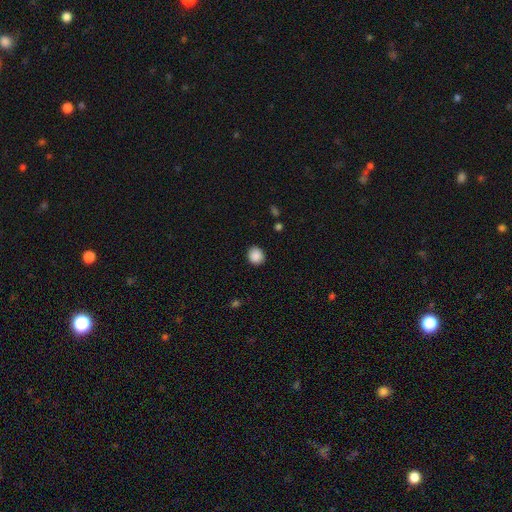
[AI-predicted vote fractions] Q: Smooth or featured?
A: smooth (89%); runner-up: star or artifact (8%)
Q: How rounded?
A: round (78%); runner-up: in between (21%)
Q: Merging?
A: none (89%); runner-up: minor disturbance (7%)